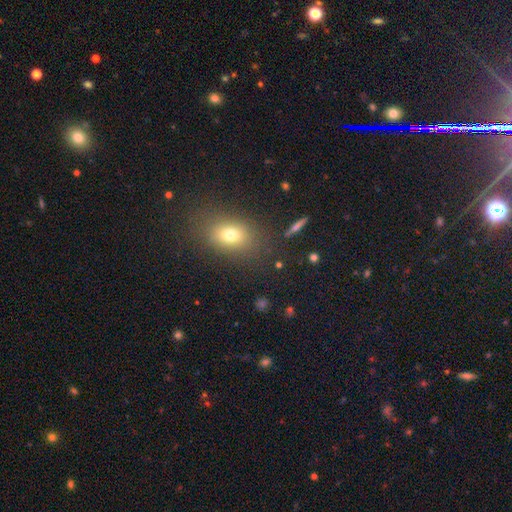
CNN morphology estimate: This is likely a smooth galaxy (62%). How rounded: likely in between (67%). Merging: clearly none (86%).